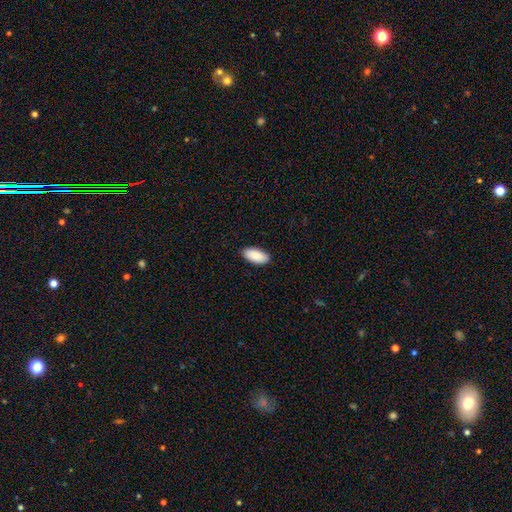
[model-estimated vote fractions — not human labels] Overall: smooth (88%). How rounded: in between (93%). Merging: none (90%).